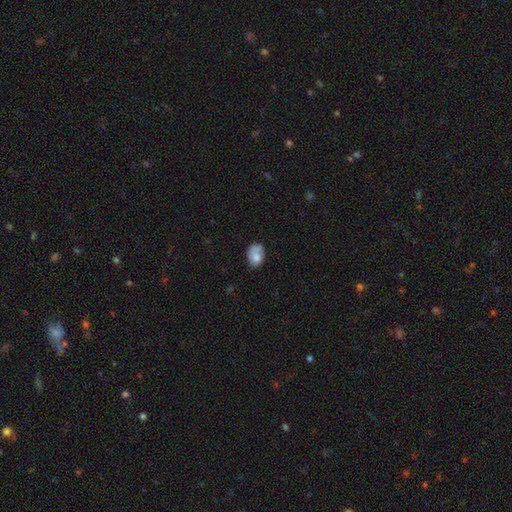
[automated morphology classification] Smooth or featured: smooth — 75% (featured or disk — 16%)
How rounded: in between — 75% (round — 24%)
Merging: none — 43% (minor disturbance — 33%)